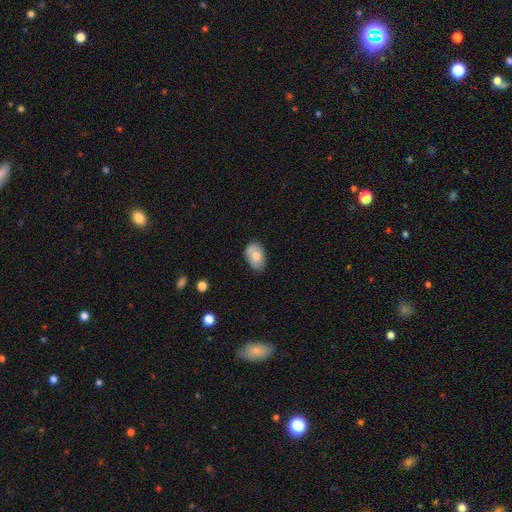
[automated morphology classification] Overall: smooth (71%). How rounded: in between (84%). Merging: none (70%).